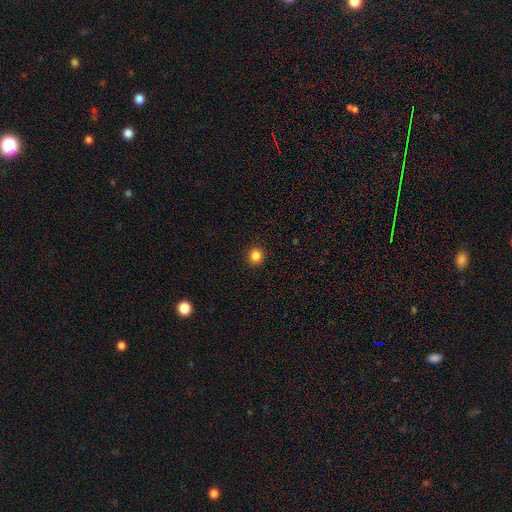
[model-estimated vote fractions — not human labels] This appears to be a smooth galaxy with no disk features (86%) that is round (90%). Merging: none (92%).